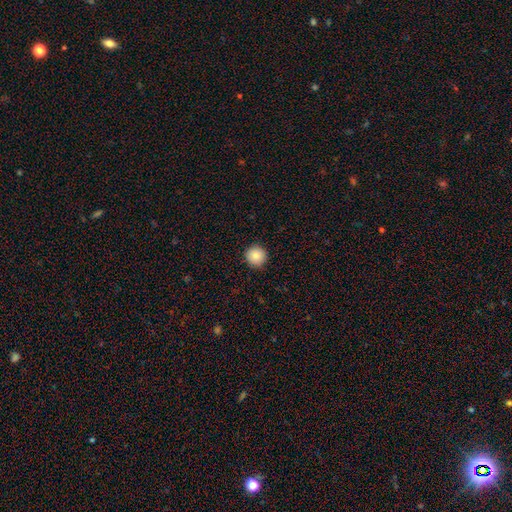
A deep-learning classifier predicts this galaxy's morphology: Smooth or featured? Predicted: smooth (p=0.86). How rounded? Predicted: round (p=0.95). Merging? Predicted: none (p=0.91).